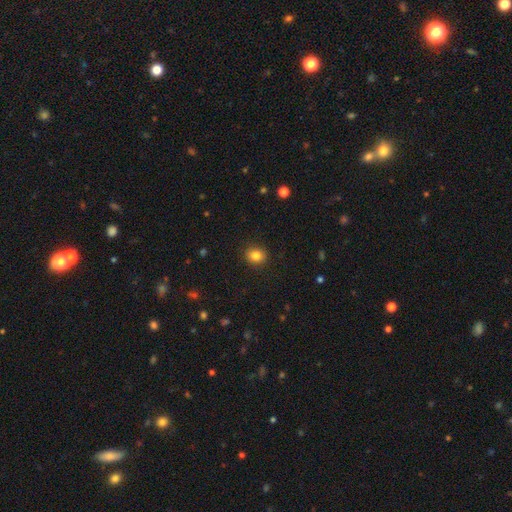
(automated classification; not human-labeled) Smooth or featured? Predicted: smooth (p=0.84). How rounded? Predicted: round (p=0.70). Merging? Predicted: none (p=0.90).